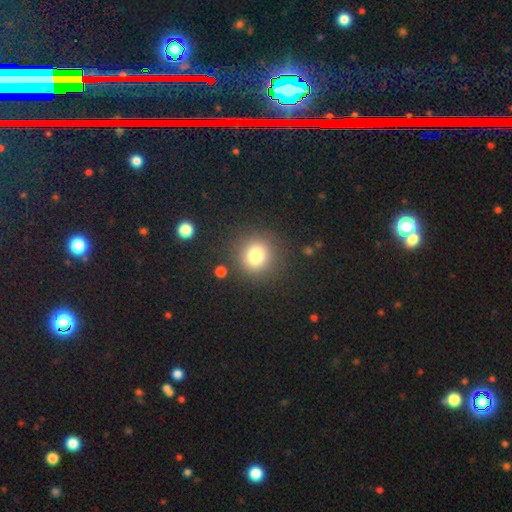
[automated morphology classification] Smooth or featured: smooth — 78% (star or artifact — 14%)
How rounded: round — 92% (in between — 7%)
Merging: none — 87% (minor disturbance — 7%)